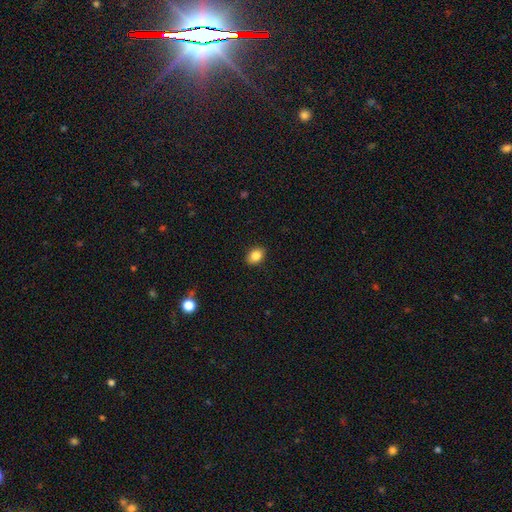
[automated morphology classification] smooth 85%, star or artifact 9%, featured or disk 6%. Down the decision tree: how rounded — in between (75%); merging — none (89%).